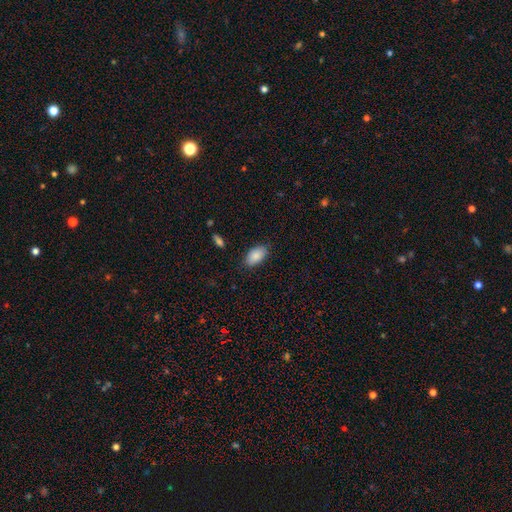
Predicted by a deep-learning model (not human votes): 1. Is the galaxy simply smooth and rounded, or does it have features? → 87% smooth, 7% star or artifact, 7% featured or disk.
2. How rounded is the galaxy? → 94% in between, 4% round, 2% cigar-shaped.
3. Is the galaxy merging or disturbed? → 82% none, 14% minor disturbance, 3% major disturbance, 1% merger.